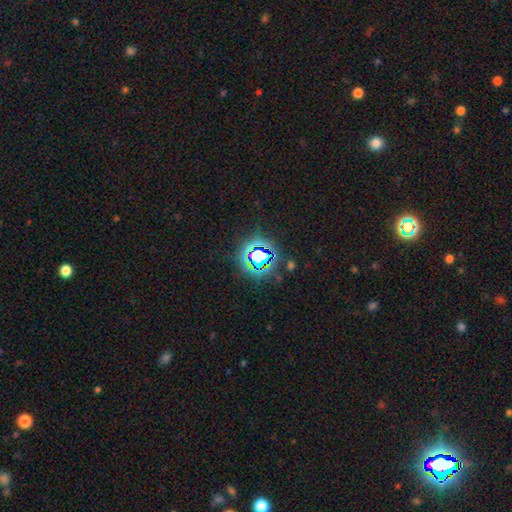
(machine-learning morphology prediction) This appears to be a star or artifact, not a galaxy (80%).